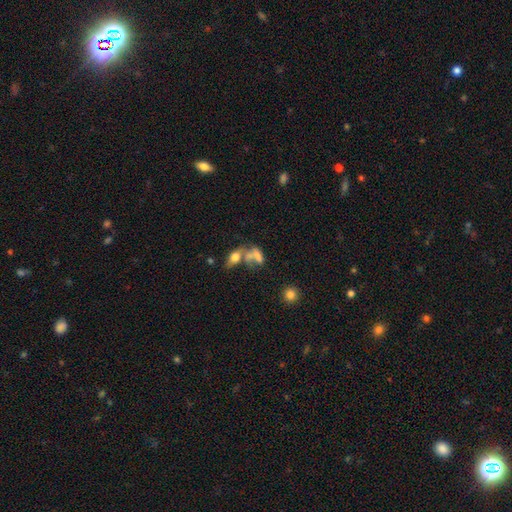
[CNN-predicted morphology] smooth_or_featured: smooth (p=0.61) [alt: featured or disk p=0.25]
how_rounded: in between (p=0.76) [alt: cigar-shaped p=0.14]
merging: merger (p=0.56) [alt: none p=0.22]